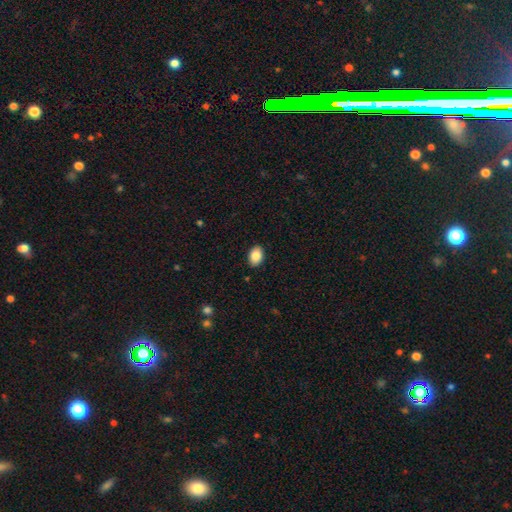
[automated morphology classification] Overall: smooth (87%). How rounded: in between (84%). Merging: none (90%).